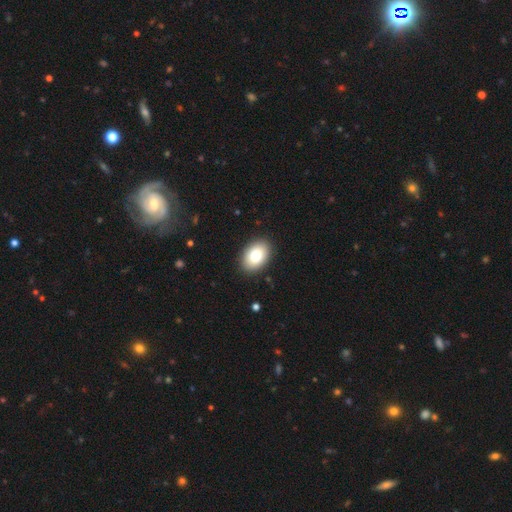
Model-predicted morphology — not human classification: This is clearly a smooth galaxy (80%). How rounded: clearly in between (86%). Merging: clearly none (90%).